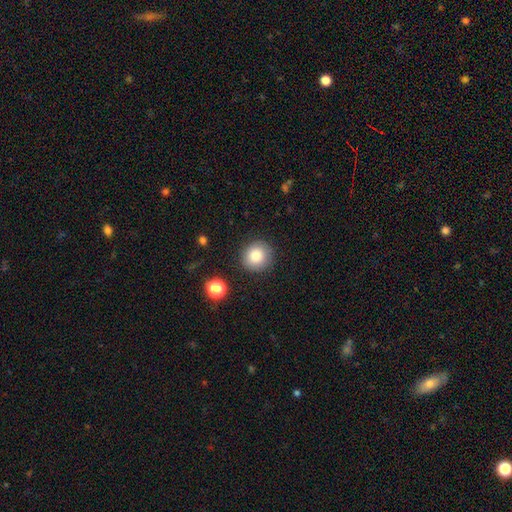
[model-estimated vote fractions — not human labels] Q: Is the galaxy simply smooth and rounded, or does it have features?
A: smooth — 83%.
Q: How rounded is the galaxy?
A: round — 92%.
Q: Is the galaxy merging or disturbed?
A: none — 87%.